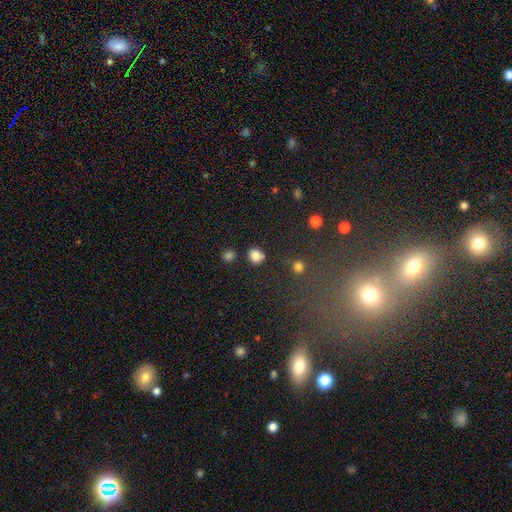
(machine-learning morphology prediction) This appears to be a smooth galaxy with no disk features (83%) that is round (74%). Merging: none (76%).